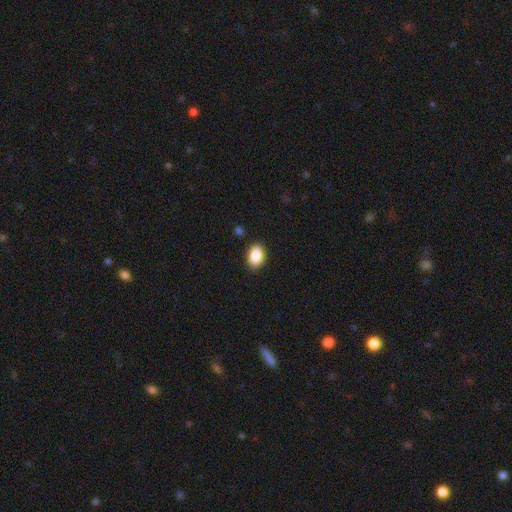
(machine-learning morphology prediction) Smooth or featured? smooth (89%)
How rounded? in between (85%)
Merging? none (87%)